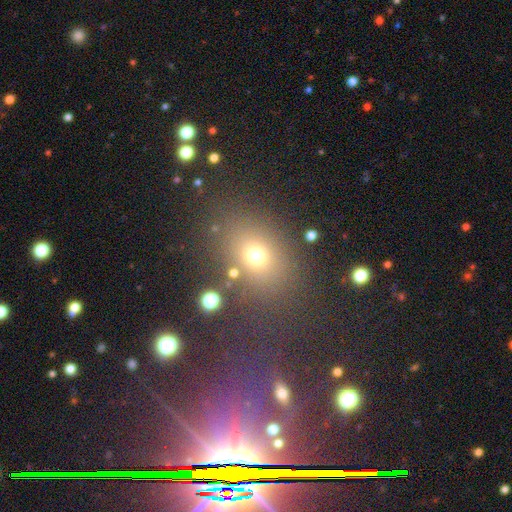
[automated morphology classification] A star or artifact, not a galaxy (75%).

Vote fractions:
- Smooth or featured? star or artifact: 75% / smooth: 15% / featured or disk: 10%